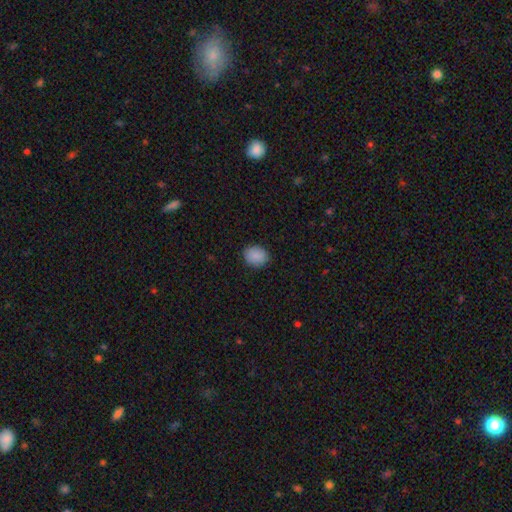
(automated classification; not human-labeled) Overall: smooth (88%). How rounded: round (53%; in between 46%). Merging: none (86%).